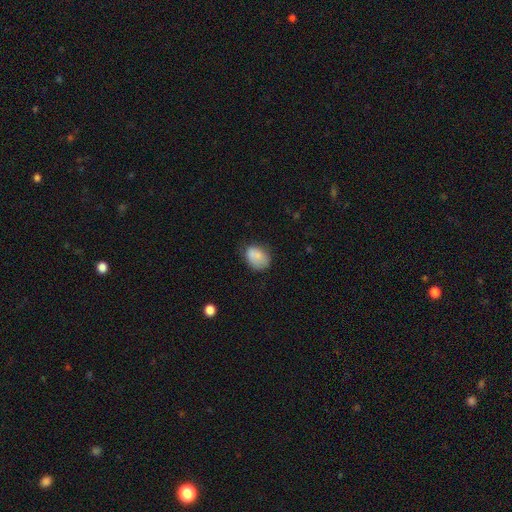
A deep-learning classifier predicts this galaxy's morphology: smooth-or-featured: smooth: 82% | featured or disk: 9% | star or artifact: 8%
  how-rounded: in between: 74% | round: 25% | cigar-shaped: 1%
  merging: none: 58% | minor disturbance: 30% | major disturbance: 9% | merger: 3%